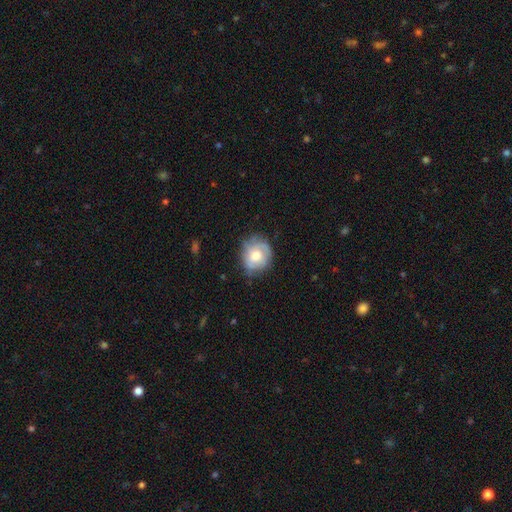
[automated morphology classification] smooth-or-featured: featured or disk: 48% | smooth: 45% | star or artifact: 7%
  merging: none: 66% | minor disturbance: 25% | major disturbance: 8% | merger: 1%